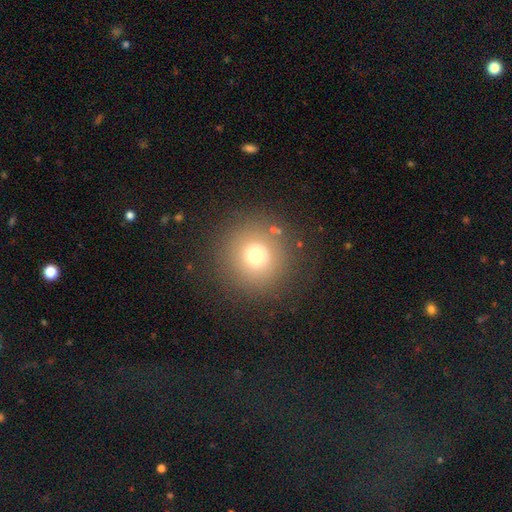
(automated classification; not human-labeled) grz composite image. It shows a smooth galaxy with no disk features (71%) that is round (95%). Merging: none (86%).